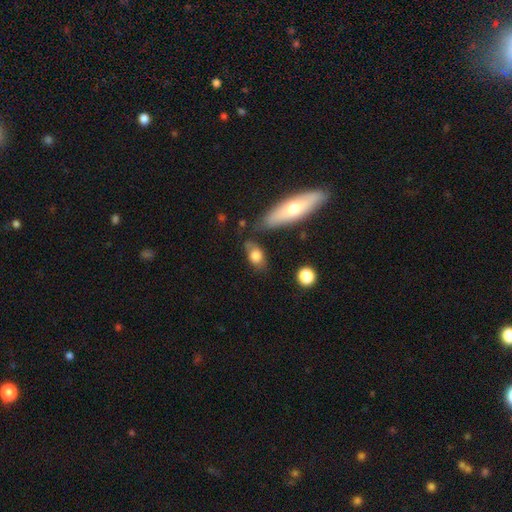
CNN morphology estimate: This appears to be a smooth galaxy with no disk features (76%) that is in between round and cigar-shaped (79%). Merging: none (58%).